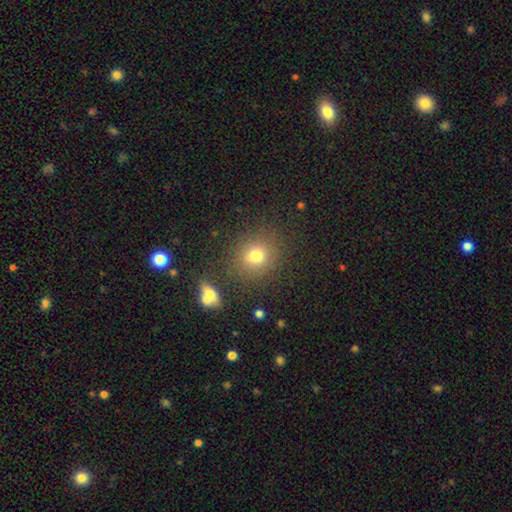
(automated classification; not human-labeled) Smooth or featured: smooth — 74% (star or artifact — 16%)
How rounded: round — 78% (in between — 21%)
Merging: none — 80% (minor disturbance — 10%)